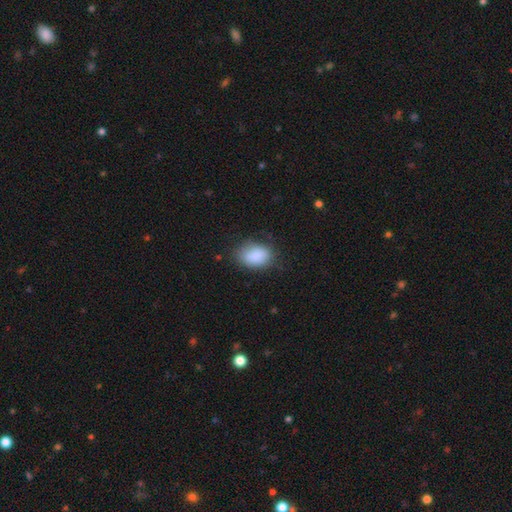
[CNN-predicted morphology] Smooth or featured?
  - smooth: 88% *
  - star or artifact: 7%
  - featured or disk: 5%
How rounded?
  - in between: 84% *
  - round: 15%
  - cigar-shaped: 1%
Merging?
  - none: 75% *
  - minor disturbance: 19%
  - major disturbance: 5%
  - merger: 1%